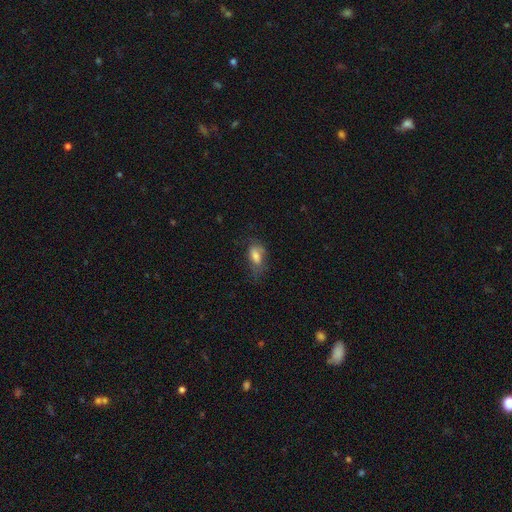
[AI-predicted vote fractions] smooth-or-featured: smooth: 71% | featured or disk: 19% | star or artifact: 10%
  how-rounded: in between: 85% | cigar-shaped: 9% | round: 6%
  merging: none: 46% | minor disturbance: 30% | major disturbance: 22% | merger: 2%